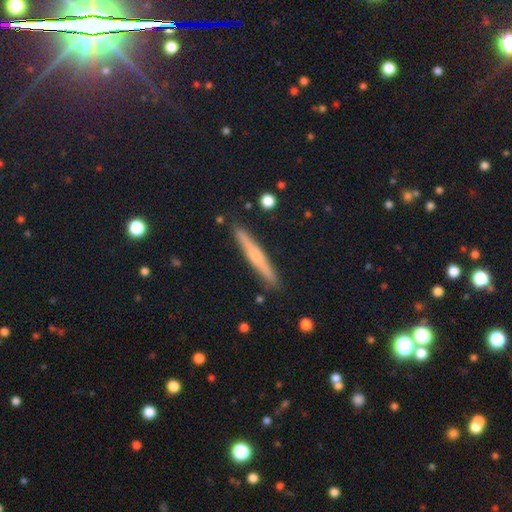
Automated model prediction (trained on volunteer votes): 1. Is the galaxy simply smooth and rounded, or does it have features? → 51% featured or disk, 43% smooth, 7% star or artifact.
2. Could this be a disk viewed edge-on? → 96% yes, 4% no.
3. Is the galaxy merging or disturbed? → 89% none, 8% minor disturbance, 2% merger, 1% major disturbance.